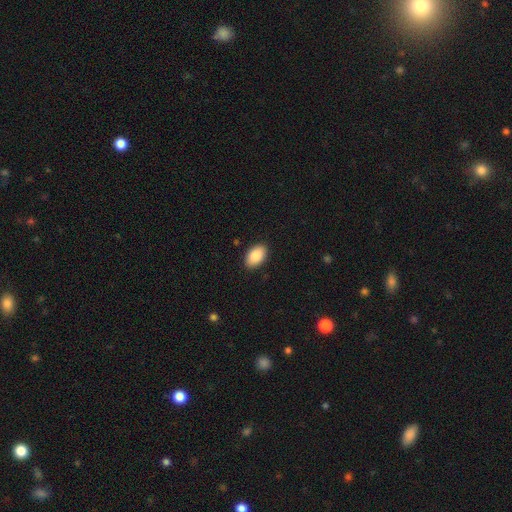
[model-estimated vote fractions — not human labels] smooth_or_featured: smooth (p=0.87) [alt: star or artifact p=0.07]
how_rounded: in between (p=0.93) [alt: round p=0.06]
merging: none (p=0.90) [alt: minor disturbance p=0.08]